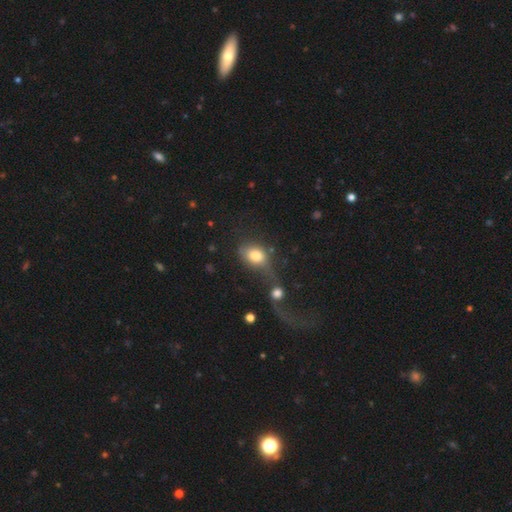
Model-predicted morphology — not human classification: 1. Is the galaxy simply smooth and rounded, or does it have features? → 77% smooth, 14% featured or disk, 9% star or artifact.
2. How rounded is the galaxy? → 65% in between, 33% round, 2% cigar-shaped.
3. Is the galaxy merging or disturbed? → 31% merger, 30% none, 22% major disturbance, 17% minor disturbance.